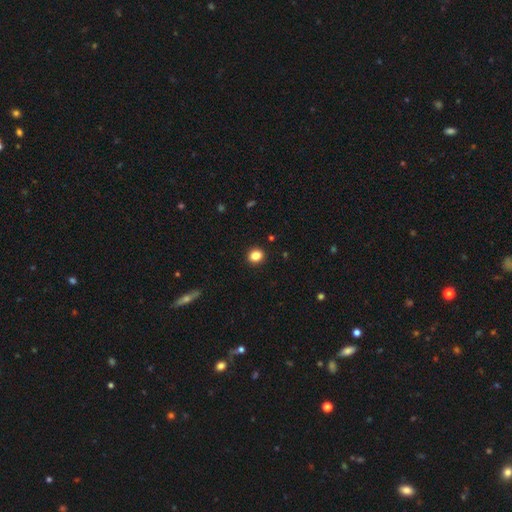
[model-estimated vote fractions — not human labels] This is clearly a smooth galaxy (85%). How rounded: likely round (73%). Merging: clearly none (92%).